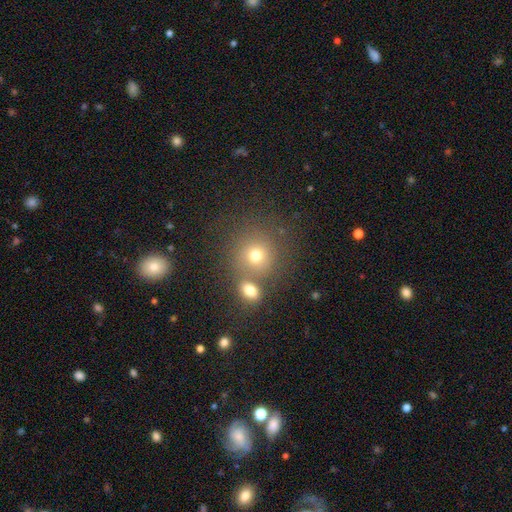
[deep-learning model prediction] Smooth or featured: smooth — 73% (star or artifact — 15%)
How rounded: round — 84% (in between — 15%)
Merging: none — 59% (merger — 28%)